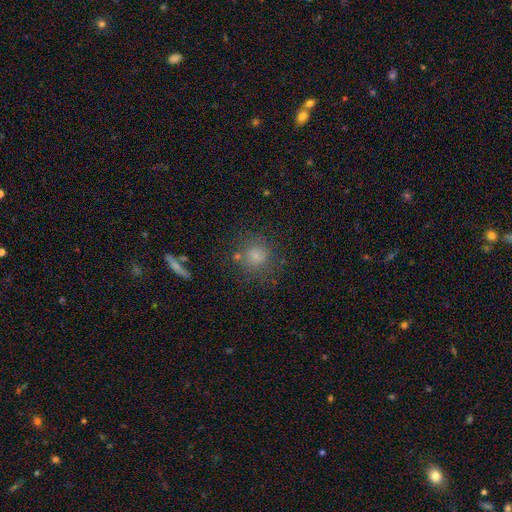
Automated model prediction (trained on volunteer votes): Smooth or featured? smooth (70%)
How rounded? round (90%)
Merging? none (77%)